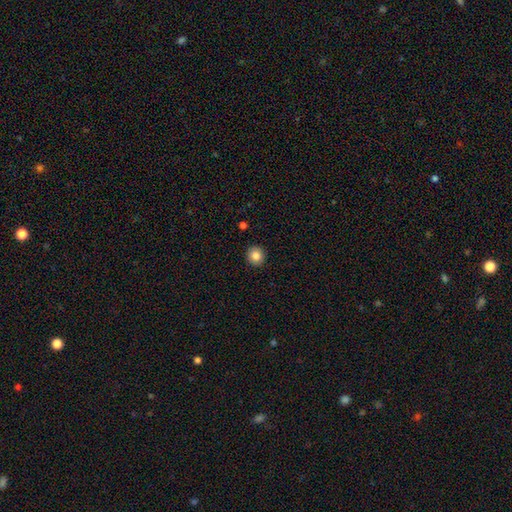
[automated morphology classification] Smooth or featured? Predicted: smooth (p=0.84). How rounded? Predicted: round (p=0.93). Merging? Predicted: none (p=0.93).